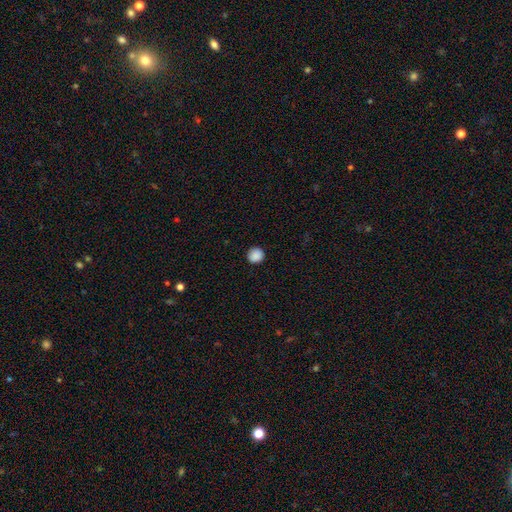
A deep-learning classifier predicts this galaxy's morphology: type=smooth (88%); roundness=round (94%); merging=none (92%).